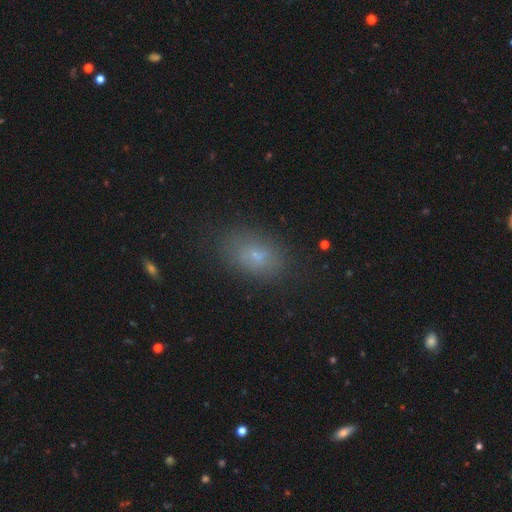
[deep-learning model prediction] smooth_or_featured: smooth (p=0.70) [alt: star or artifact p=0.15]
how_rounded: in between (p=0.85) [alt: round p=0.13]
merging: none (p=0.79) [alt: minor disturbance p=0.14]